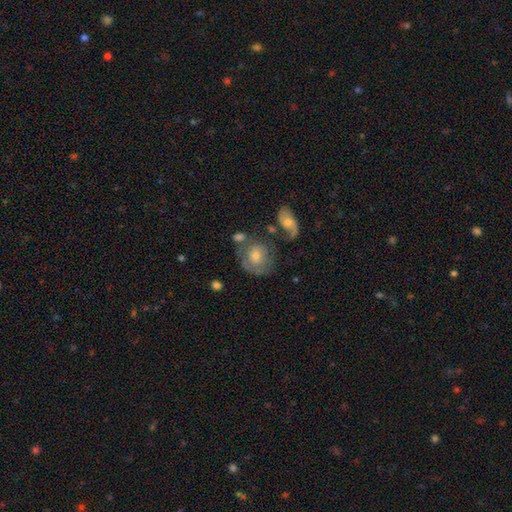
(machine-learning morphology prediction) A featured or disk galaxy (57%) with no bar (79%), spiral arms (69%) and a moderate central bulge (53%).

Vote fractions:
- Smooth or featured? featured or disk: 57% / smooth: 35% / star or artifact: 9%
- Edge-on disk? no: 96% / yes: 4%
- Bar? no: 79% / weak: 18% / strong: 3%
- Spiral arms? yes: 69% / no: 31%
- Bulge size? moderate: 53% / small: 39% / large: 4% / none: 3% / dominant: 1%
- Merging? none: 49% / minor disturbance: 21% / merger: 15% / major disturbance: 15%